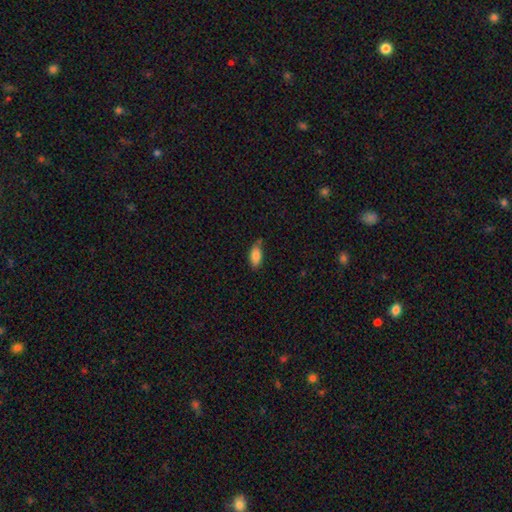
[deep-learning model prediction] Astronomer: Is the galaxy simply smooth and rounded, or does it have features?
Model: smooth — 84%.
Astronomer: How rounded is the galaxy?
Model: in between — 90%.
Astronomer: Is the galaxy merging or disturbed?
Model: none — 66%.